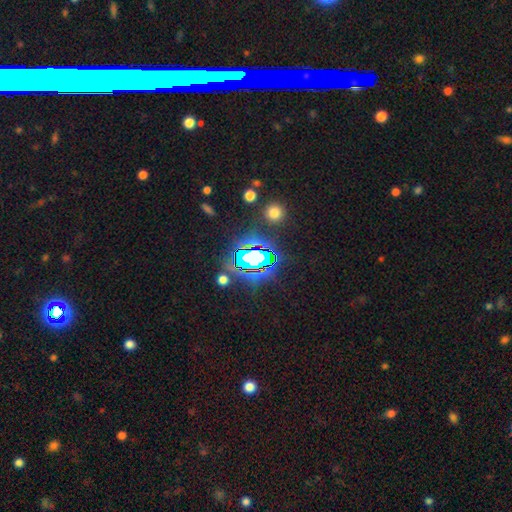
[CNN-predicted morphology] A star or artifact, not a galaxy (67%).

Vote fractions:
- Smooth or featured? star or artifact: 67% / smooth: 19% / featured or disk: 14%